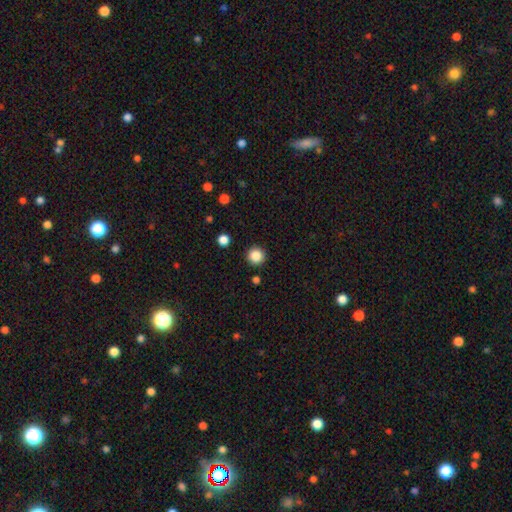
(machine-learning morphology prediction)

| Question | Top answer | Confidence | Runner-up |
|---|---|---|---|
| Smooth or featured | smooth | 86% | star or artifact (11%) |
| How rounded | round | 95% | in between (4%) |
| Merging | none | 91% | minor disturbance (6%) |